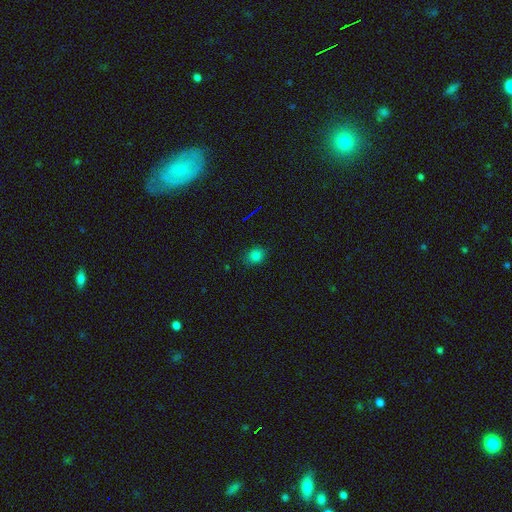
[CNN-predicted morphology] This is likely a smooth galaxy (78%). How rounded: possibly round (55%). Merging: clearly none (82%).